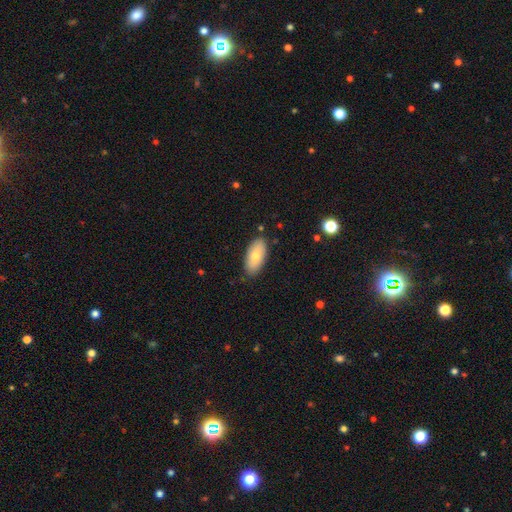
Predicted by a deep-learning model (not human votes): This is likely a smooth galaxy (78%). How rounded: clearly in between (91%). Merging: clearly none (85%).